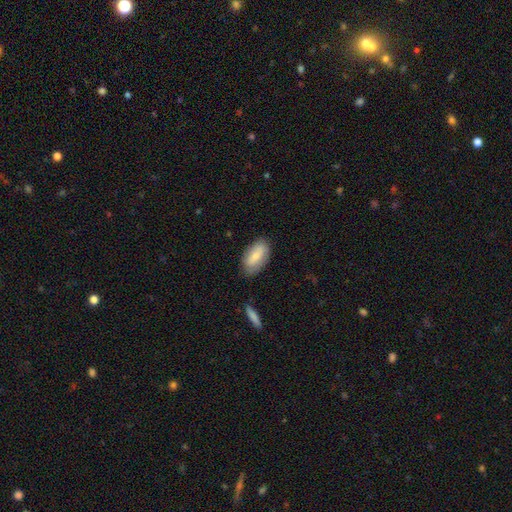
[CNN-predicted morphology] Smooth or featured?
  - smooth: 68% *
  - featured or disk: 26%
  - star or artifact: 6%
How rounded?
  - in between: 91% *
  - cigar-shaped: 6%
  - round: 3%
Merging?
  - none: 76% *
  - minor disturbance: 18%
  - major disturbance: 4%
  - merger: 2%